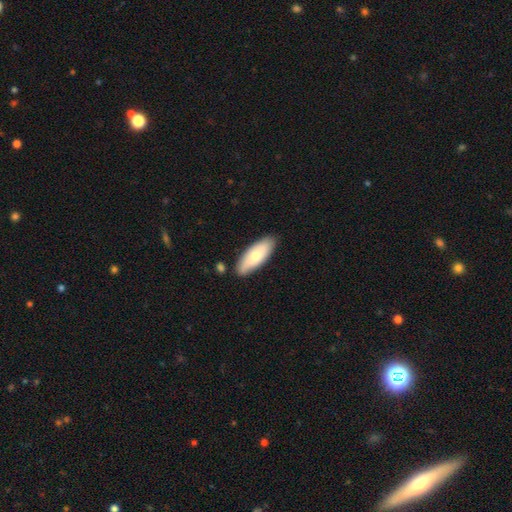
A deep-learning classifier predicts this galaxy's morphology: smooth_or_featured: smooth (p=0.71) [alt: featured or disk p=0.24]
how_rounded: in between (p=0.75) [alt: cigar-shaped p=0.23]
merging: none (p=0.81) [alt: minor disturbance p=0.13]